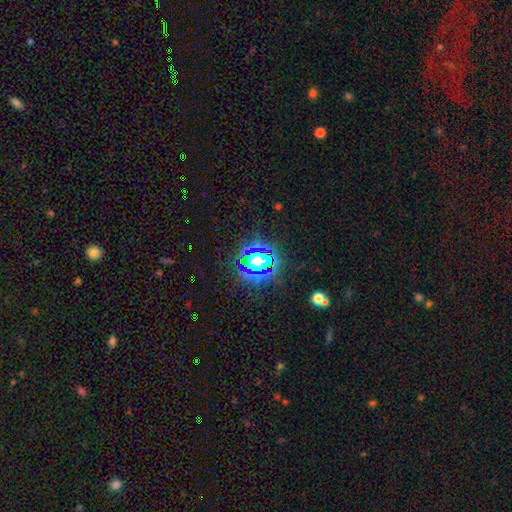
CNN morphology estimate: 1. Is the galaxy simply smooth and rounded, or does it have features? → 80% star or artifact, 13% smooth, 7% featured or disk.